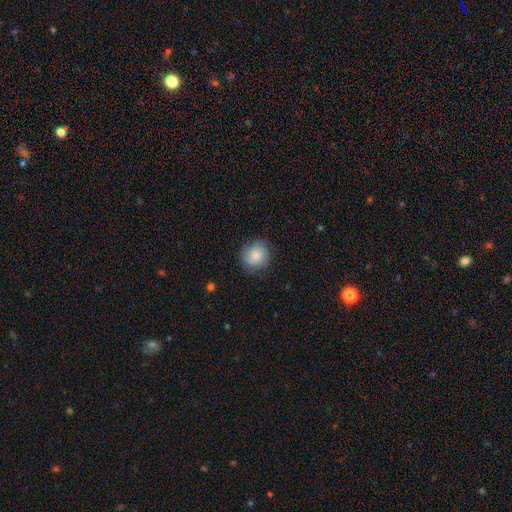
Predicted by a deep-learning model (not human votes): Smooth or featured? Predicted: smooth (p=0.80). How rounded? Predicted: round (p=0.82). Merging? Predicted: none (p=0.77).